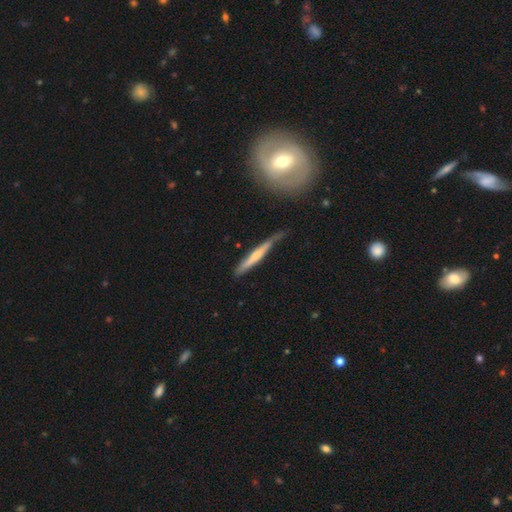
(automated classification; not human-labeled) The model was most divided on "smooth or featured": smooth: 49%, featured or disk: 46%, star or artifact: 5%. More confident: merging — none (58%).